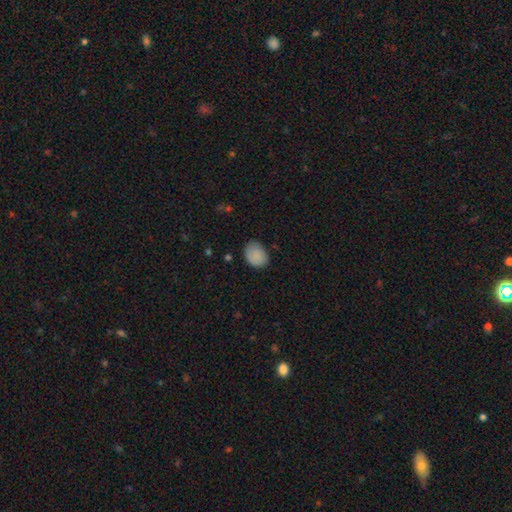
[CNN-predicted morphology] Q: Smooth or featured?
A: smooth (87%); runner-up: star or artifact (8%)
Q: How rounded?
A: in between (58%); runner-up: round (41%)
Q: Merging?
A: none (75%); runner-up: minor disturbance (20%)